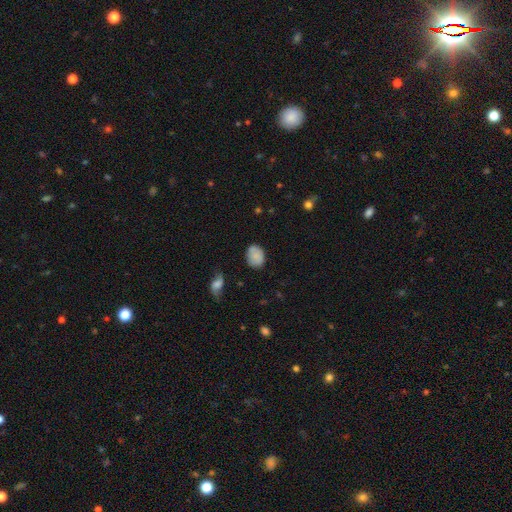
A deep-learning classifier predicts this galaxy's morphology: A smooth galaxy with no disk features (83%) that is in between round and cigar-shaped (69%).

Vote fractions:
- Smooth or featured? smooth: 83% / featured or disk: 9% / star or artifact: 8%
- How rounded? in between: 69% / round: 30% / cigar-shaped: 1%
- Merging? none: 77% / minor disturbance: 18% / major disturbance: 4% / merger: 2%